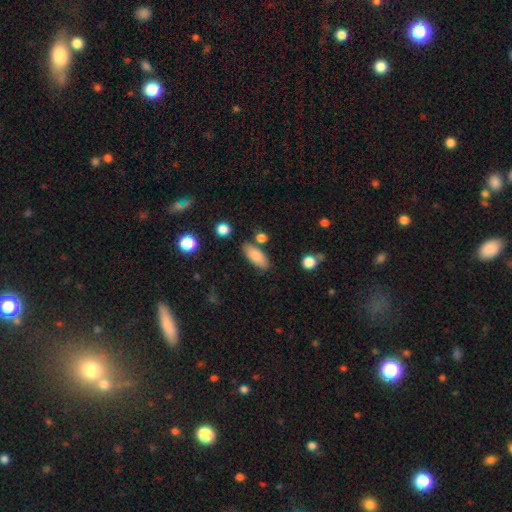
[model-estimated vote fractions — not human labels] Smooth or featured: smooth — 83% (featured or disk — 10%)
How rounded: in between — 79% (cigar-shaped — 18%)
Merging: none — 77% (minor disturbance — 13%)